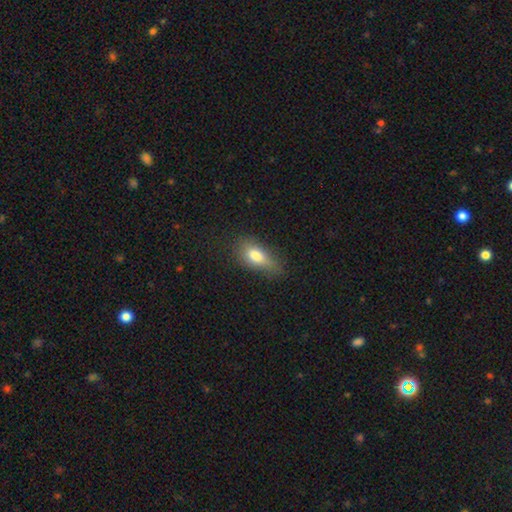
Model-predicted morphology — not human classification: smooth_or_featured: smooth (p=0.77) [alt: featured or disk p=0.14]
how_rounded: in between (p=0.82) [alt: cigar-shaped p=0.11]
merging: none (p=0.49) [alt: minor disturbance p=0.35]